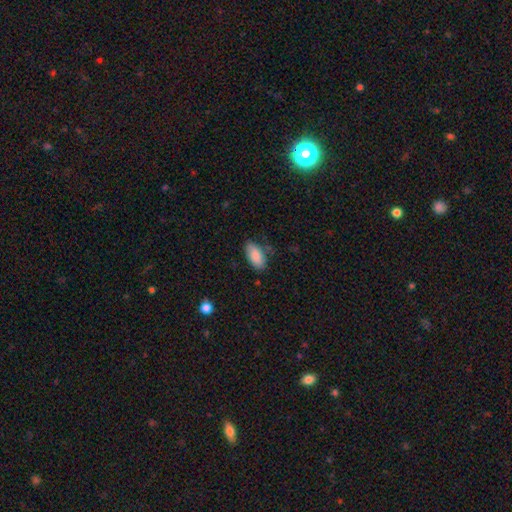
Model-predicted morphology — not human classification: Smooth or featured?
  - smooth: 87% *
  - featured or disk: 7%
  - star or artifact: 6%
How rounded?
  - in between: 93% *
  - cigar-shaped: 4%
  - round: 2%
Merging?
  - none: 74% *
  - minor disturbance: 20%
  - major disturbance: 4%
  - merger: 2%